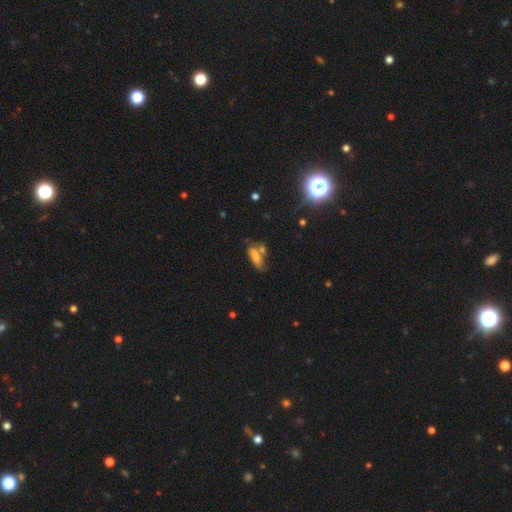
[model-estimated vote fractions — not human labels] Overall: smooth (66%). How rounded: in between (76%). Merging: none (43%; merger 23%).